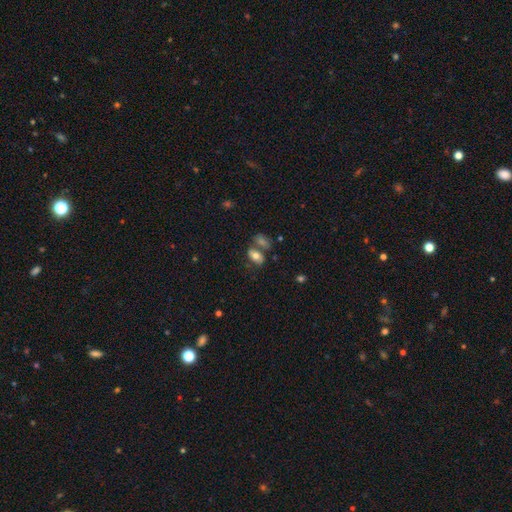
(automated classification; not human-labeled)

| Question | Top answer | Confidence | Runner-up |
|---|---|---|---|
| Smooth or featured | smooth | 65% | featured or disk (26%) |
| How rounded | in between | 86% | round (8%) |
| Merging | none | 47% | merger (31%) |